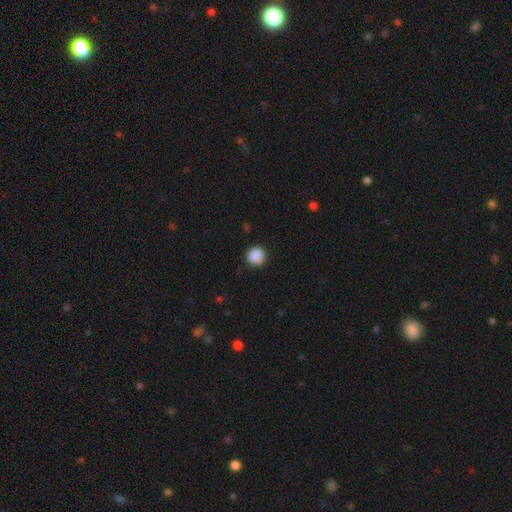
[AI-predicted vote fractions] Morphology: type=smooth (89%); roundness=round (92%); merging=none (88%).